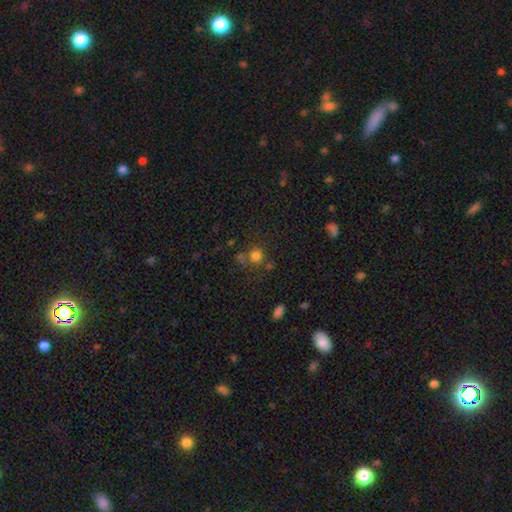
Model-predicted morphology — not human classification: Smooth or featured? smooth (75%)
How rounded? round (89%)
Merging? none (67%)